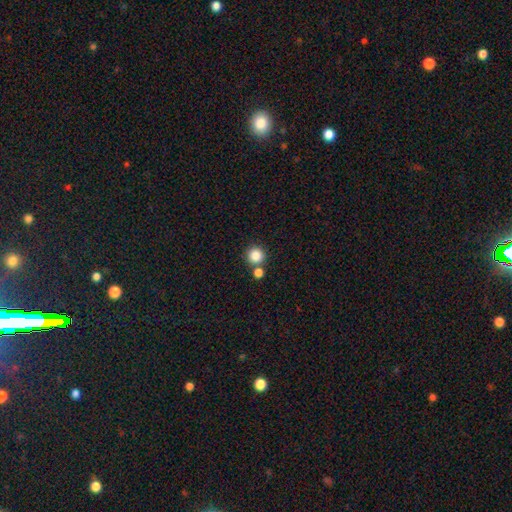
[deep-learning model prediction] The model was most divided on "merging": none: 72%, merger: 19%, minor disturbance: 7%, major disturbance: 2%. More confident: how rounded — round (95%); smooth or featured — smooth (84%).